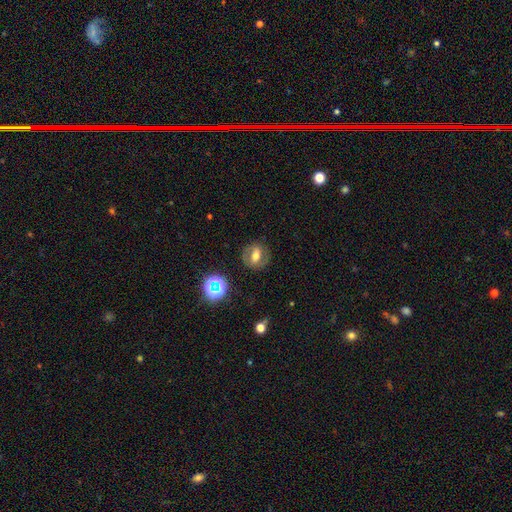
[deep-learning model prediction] Smooth or featured? featured or disk (46%)
Merging? none (81%)